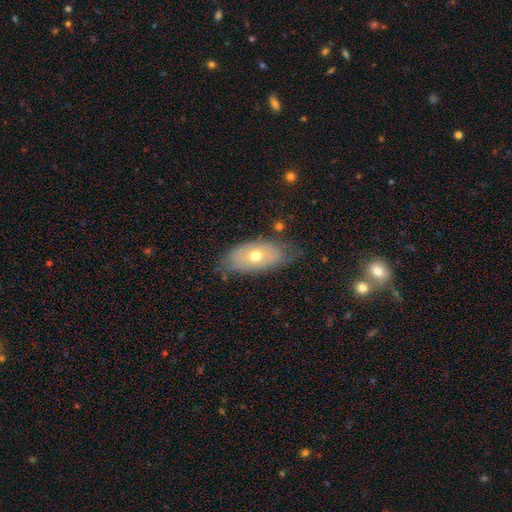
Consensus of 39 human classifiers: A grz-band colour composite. It shows a smooth galaxy with no disk features (64%) that is in between round and cigar-shaped (92%). Merging: none (63%).